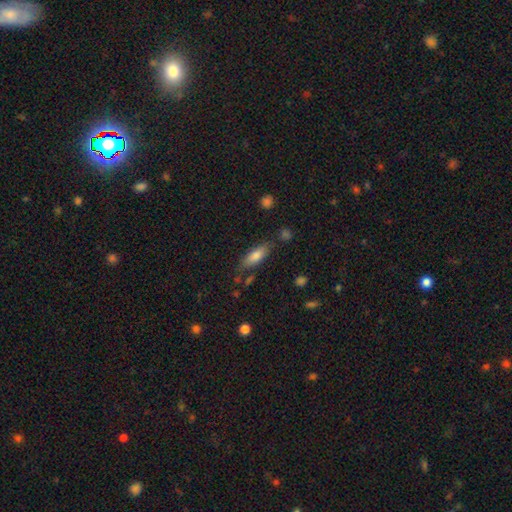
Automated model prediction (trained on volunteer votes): smooth_or_featured: smooth (p=0.75) [alt: featured or disk p=0.17]
how_rounded: in between (p=0.64) [alt: cigar-shaped p=0.34]
merging: none (p=0.73) [alt: minor disturbance p=0.17]